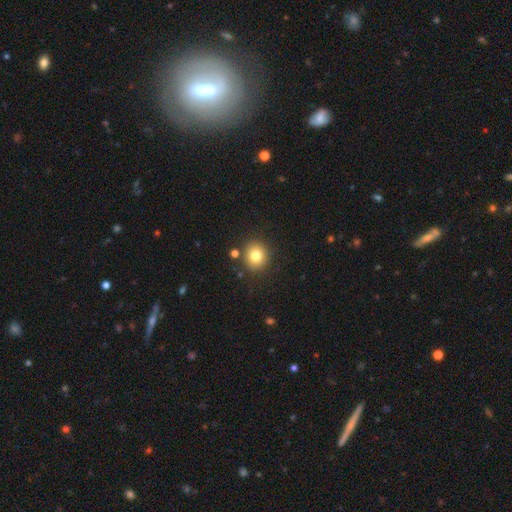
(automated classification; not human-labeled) A smooth galaxy with no disk features (80%) that is round (85%).

Vote fractions:
- Smooth or featured? smooth: 80% / star or artifact: 12% / featured or disk: 8%
- How rounded? round: 85% / in between: 14% / cigar-shaped: 1%
- Merging? none: 86% / minor disturbance: 8% / merger: 4% / major disturbance: 3%